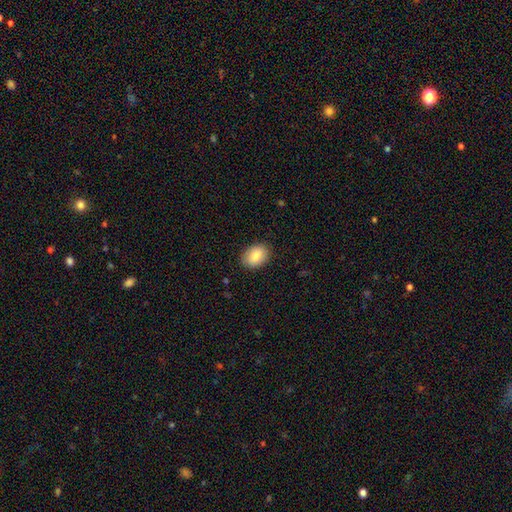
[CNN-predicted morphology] Smooth or featured?
  - smooth: 84% *
  - featured or disk: 9%
  - star or artifact: 7%
How rounded?
  - in between: 74% *
  - round: 25%
  - cigar-shaped: 1%
Merging?
  - none: 87% *
  - minor disturbance: 10%
  - major disturbance: 2%
  - merger: 1%